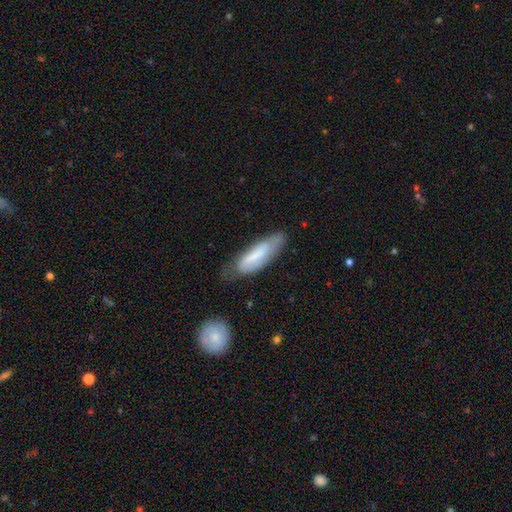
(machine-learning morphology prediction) Smooth or featured? smooth (59%)
How rounded? cigar-shaped (56%)
Merging? none (52%)